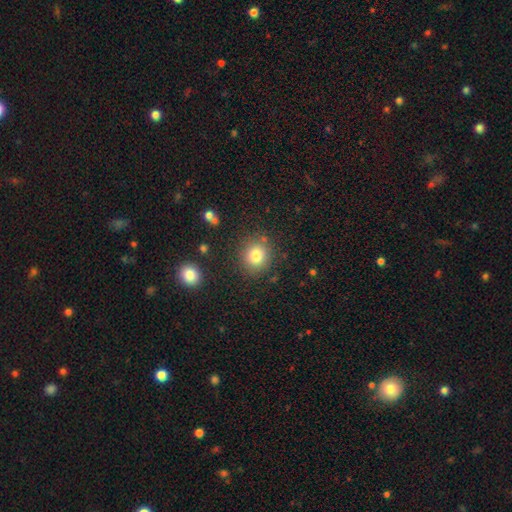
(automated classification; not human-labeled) A smooth galaxy with no disk features (80%) that is round (85%). Merging: none (84%).